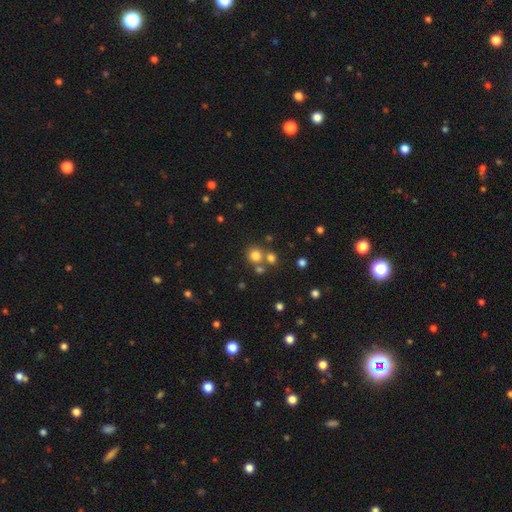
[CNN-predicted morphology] This appears to be a smooth galaxy with no disk features (76%) that is round (91%). Merging: none (66%).